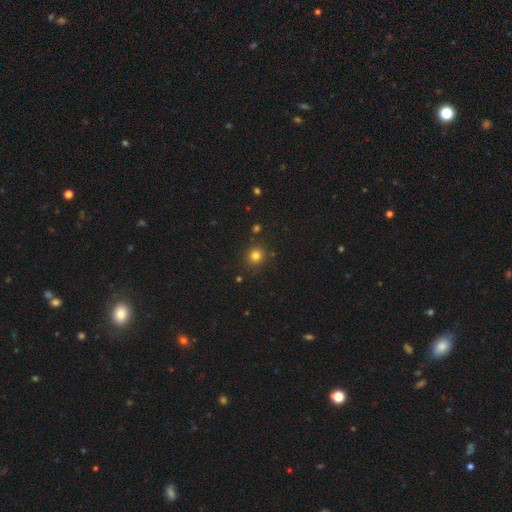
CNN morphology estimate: A smooth galaxy with no disk features (79%) that is round (89%). Merging: none (87%).